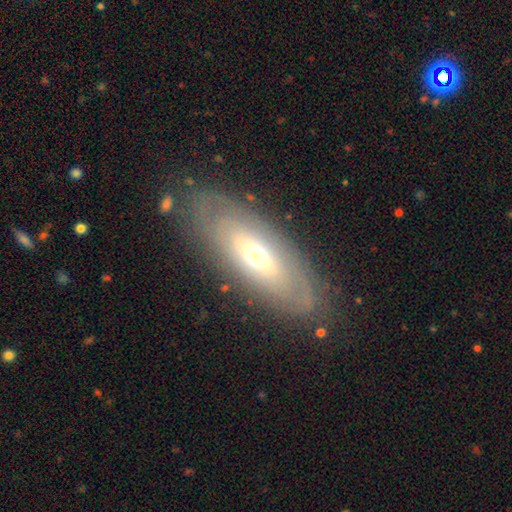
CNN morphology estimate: This is possibly a featured or disk galaxy (58%). It is likely not viewed edge-on (78%). Merging: clearly none (81%).